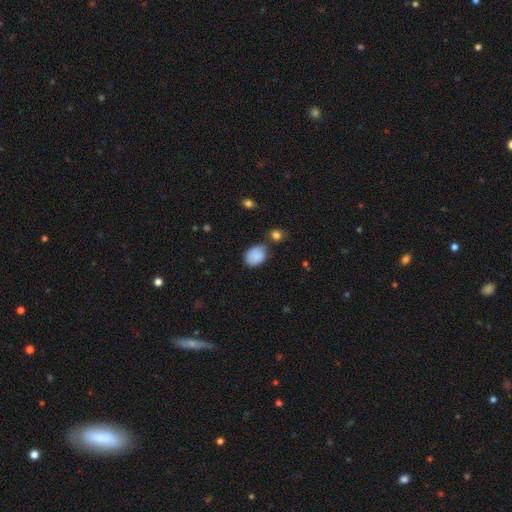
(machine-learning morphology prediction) This appears to be a smooth galaxy with no disk features (86%) that is in between round and cigar-shaped (76%). Merging: none (61%).